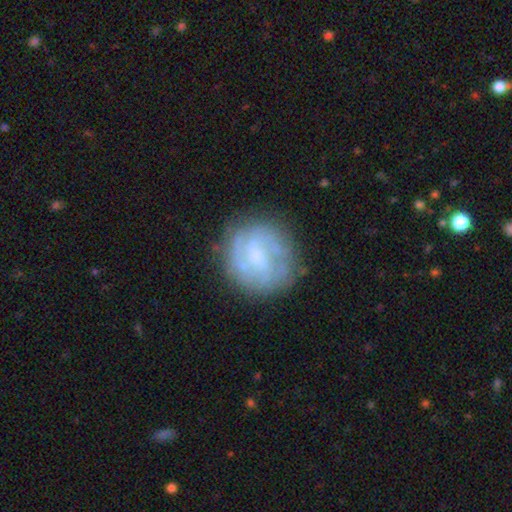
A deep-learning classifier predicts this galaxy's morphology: The model was most divided on "bulge size": small: 36%, none: 32%, moderate: 26%, large: 4%, dominant: 1%. Remaining: edge-on disk — no (98%); spiral arms — yes (77%); merging — none (74%); smooth or featured — featured or disk (69%); spiral winding — tight (53%); bar — weak (49%); spiral arm count — can't tell (42%).